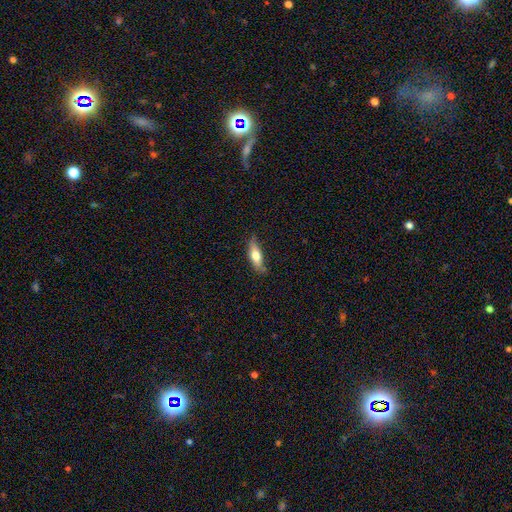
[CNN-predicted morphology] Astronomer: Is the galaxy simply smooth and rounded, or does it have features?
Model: smooth — 65%.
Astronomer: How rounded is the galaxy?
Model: in between — 59% (runner-up: cigar-shaped, 38%).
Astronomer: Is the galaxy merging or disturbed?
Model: none — 70%.